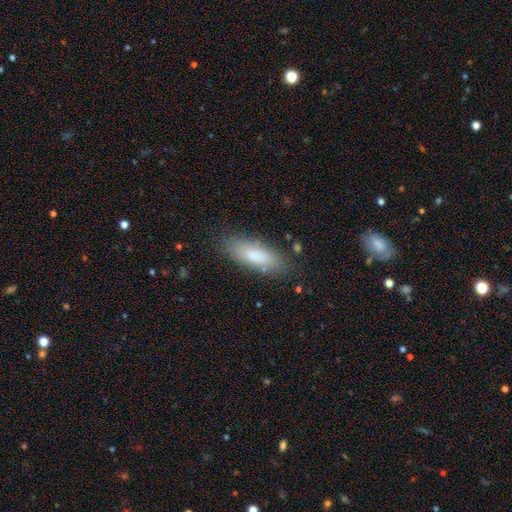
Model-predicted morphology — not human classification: Smooth or featured: smooth — 82% (featured or disk — 12%)
How rounded: in between — 70% (cigar-shaped — 28%)
Merging: none — 81% (minor disturbance — 13%)